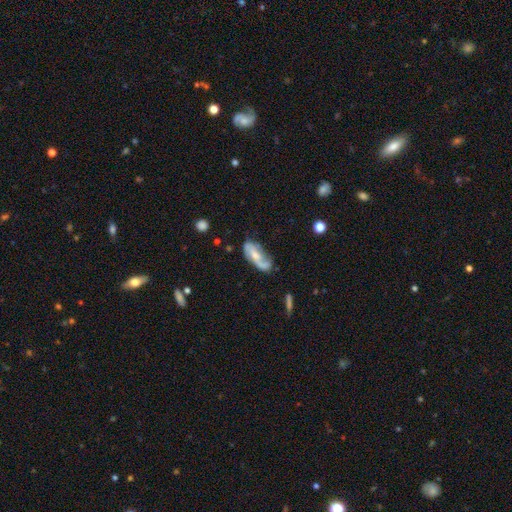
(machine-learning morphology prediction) Smooth or featured? Predicted: featured or disk (p=0.65). Edge-on disk? Predicted: no (p=0.91). Bar? Predicted: no (p=0.50). Spiral arms? Predicted: yes (p=0.85). Spiral winding? Predicted: loose (p=0.42). Spiral arm count? Predicted: 2 (p=0.71). Bulge size? Predicted: moderate (p=0.48). Merging? Predicted: none (p=0.53).